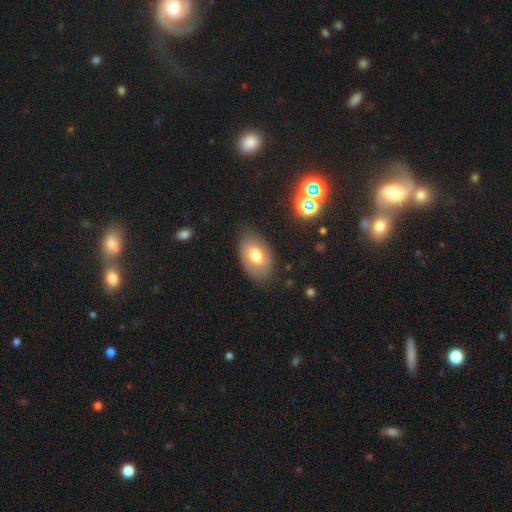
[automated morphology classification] Smooth or featured? smooth (63%)
How rounded? in between (88%)
Merging? none (79%)